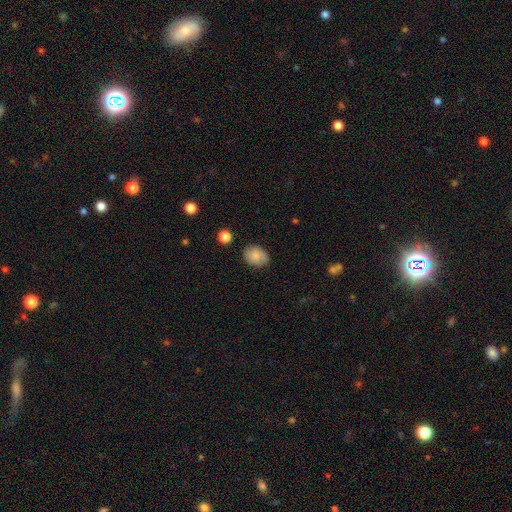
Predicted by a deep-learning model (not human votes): Smooth or featured?
  - smooth: 81% *
  - featured or disk: 12%
  - star or artifact: 8%
How rounded?
  - in between: 62% *
  - round: 37%
  - cigar-shaped: 1%
Merging?
  - none: 81% *
  - minor disturbance: 14%
  - major disturbance: 3%
  - merger: 2%